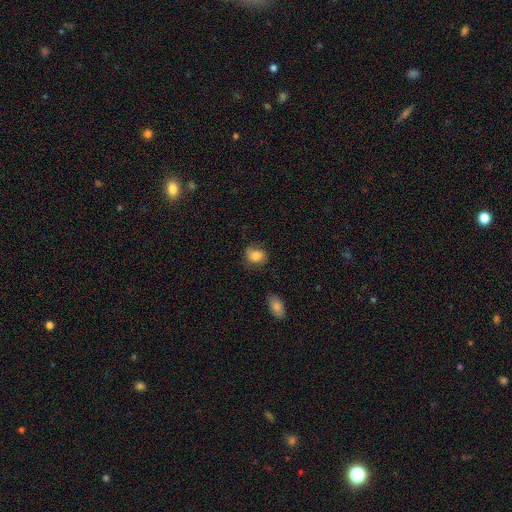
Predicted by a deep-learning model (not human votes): Smooth or featured? Predicted: smooth (p=0.80). How rounded? Predicted: round (p=0.55). Merging? Predicted: none (p=0.69).